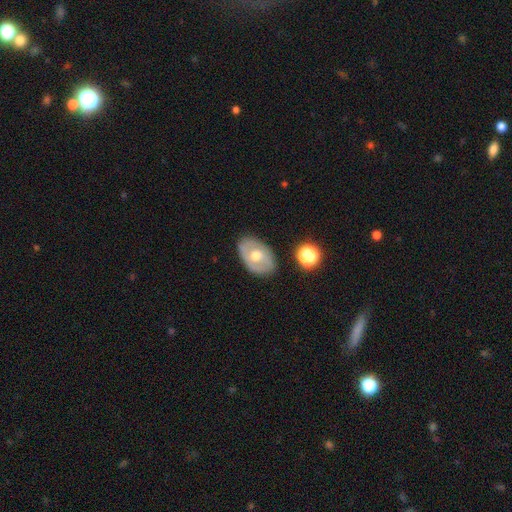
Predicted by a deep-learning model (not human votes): Morphology: type=featured or disk (53%); edge-on=no (92%); merging=none (80%).